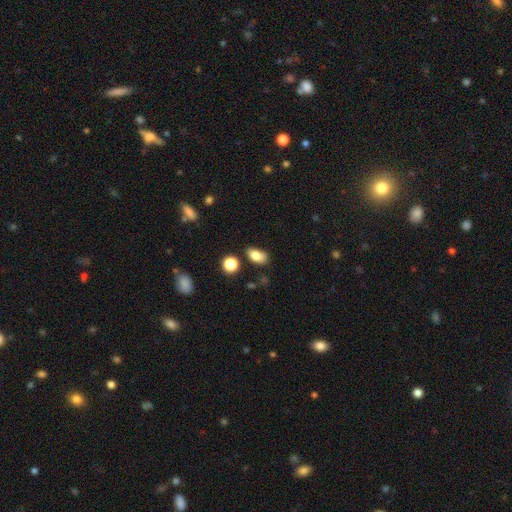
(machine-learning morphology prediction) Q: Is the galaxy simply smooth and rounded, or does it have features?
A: smooth — 81%.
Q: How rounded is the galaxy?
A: in between — 88%.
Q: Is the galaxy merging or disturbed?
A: none — 73%.